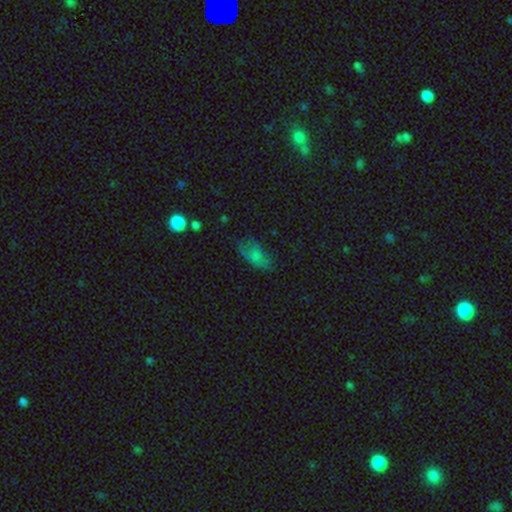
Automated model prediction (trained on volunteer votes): Smooth or featured: smooth — 70% (featured or disk — 17%)
How rounded: in between — 90% (cigar-shaped — 5%)
Merging: none — 57% (minor disturbance — 28%)